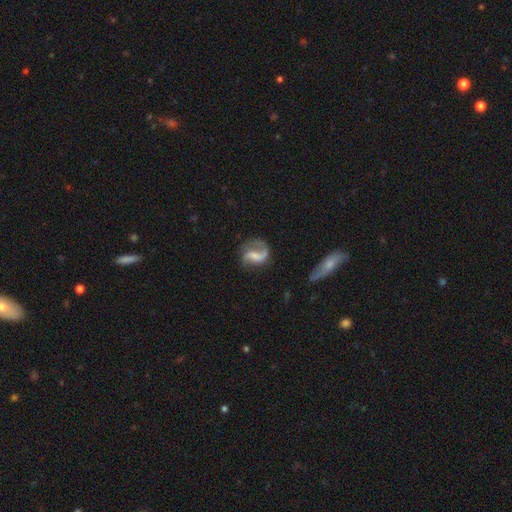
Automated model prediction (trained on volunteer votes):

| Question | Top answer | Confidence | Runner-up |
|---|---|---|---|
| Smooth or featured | featured or disk | 80% | smooth (14%) |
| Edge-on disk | no | 98% | yes (2%) |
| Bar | weak | 47% | no (33%) |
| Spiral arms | yes | 94% | no (6%) |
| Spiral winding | loose | 54% | medium (38%) |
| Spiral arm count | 2 | 78% | 1 (16%) |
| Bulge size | none | 36% | small (33%) |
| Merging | none | 60% | minor disturbance (20%) |